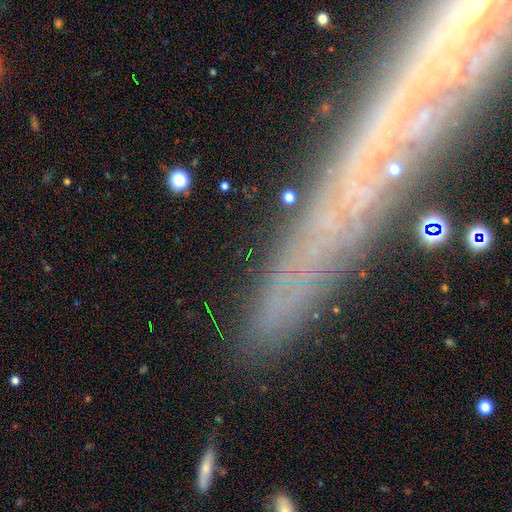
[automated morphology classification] Smooth or featured? featured or disk (47%)
Merging? none (83%)